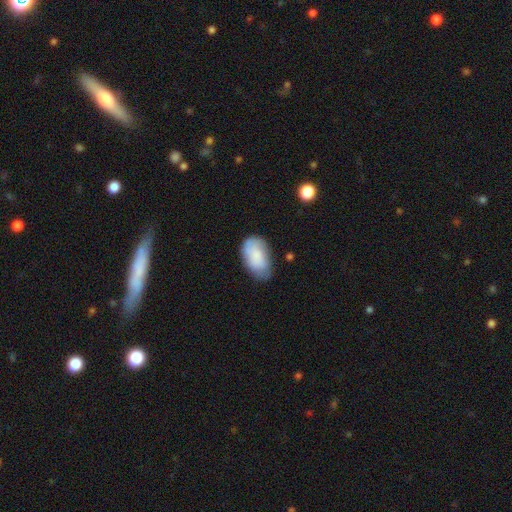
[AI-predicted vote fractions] smooth 78%, featured or disk 16%, star or artifact 7%. Down the decision tree: how rounded — in between (93%); merging — none (58%).